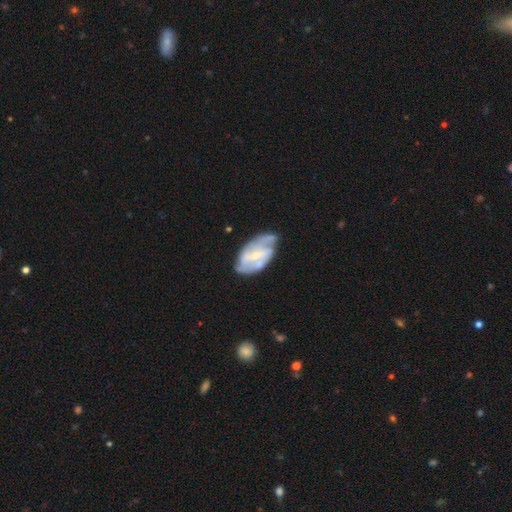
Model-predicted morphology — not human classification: smooth_or_featured: featured or disk (p=0.77) [alt: smooth p=0.17]
disk_edge_on: no (p=0.96) [alt: yes p=0.04]
bar: weak (p=0.45) [alt: strong p=0.29]
has_spiral_arms: yes (p=0.82) [alt: no p=0.18]
spiral_winding: medium (p=0.42) [alt: tight p=0.33]
spiral_arm_count: 2 (p=0.55) [alt: can't tell p=0.26]
bulge_size: small (p=0.67) [alt: moderate p=0.26]
merging: none (p=0.53) [alt: minor disturbance p=0.30]